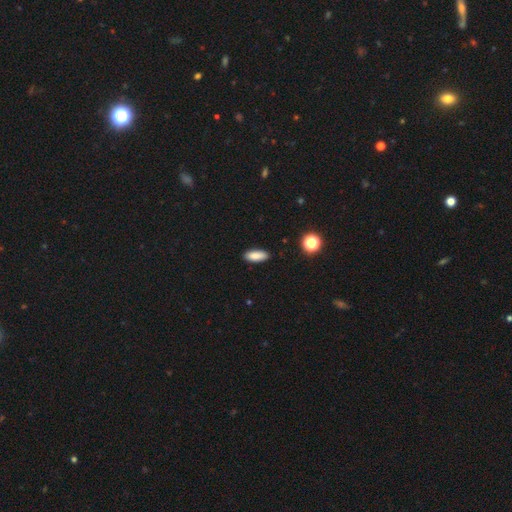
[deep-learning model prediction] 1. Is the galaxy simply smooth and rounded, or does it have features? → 86% smooth, 8% star or artifact, 6% featured or disk.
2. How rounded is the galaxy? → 79% in between, 19% cigar-shaped, 2% round.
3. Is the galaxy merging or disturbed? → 88% none, 9% minor disturbance, 2% major disturbance, 1% merger.